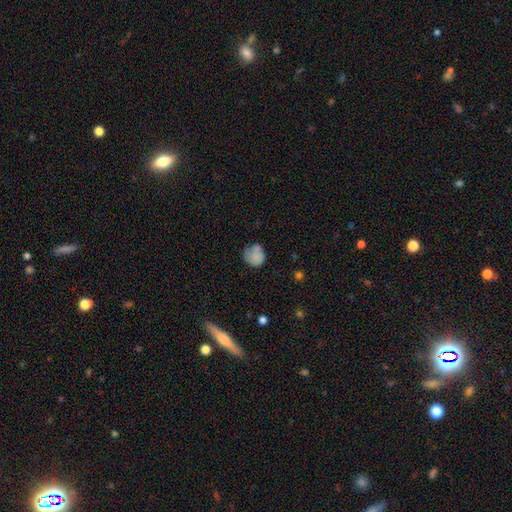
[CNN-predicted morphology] Overall: smooth (76%). How rounded: round (81%). Merging: none (53%; minor disturbance 30%).